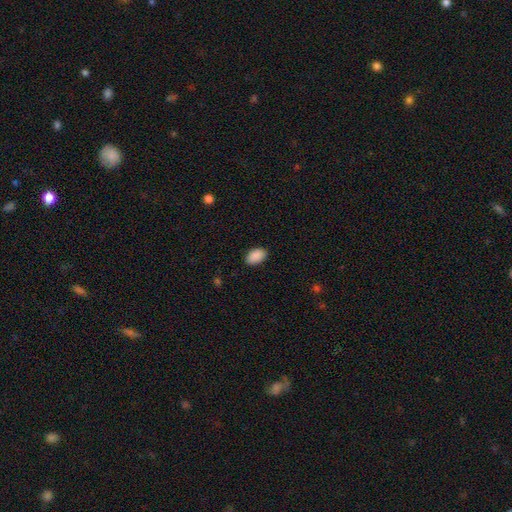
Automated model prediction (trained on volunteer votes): The model was most divided on "merging": none: 88%, minor disturbance: 8%, major disturbance: 2%, merger: 1%. More confident: how rounded — in between (93%); smooth or featured — smooth (91%).